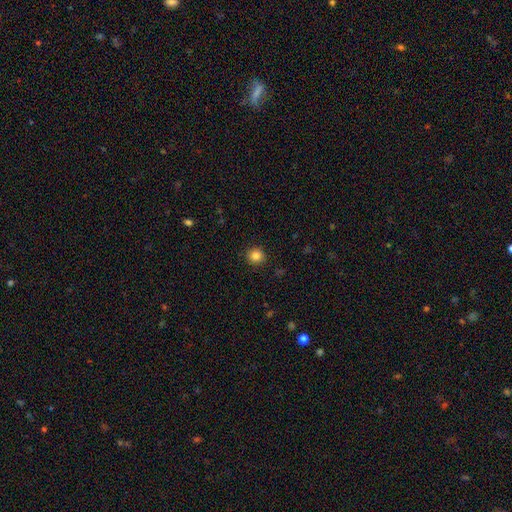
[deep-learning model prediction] This is clearly a smooth galaxy (84%). How rounded: clearly round (91%). Merging: clearly none (91%).